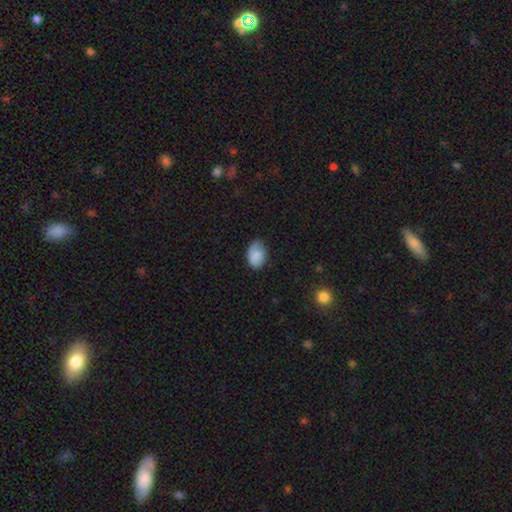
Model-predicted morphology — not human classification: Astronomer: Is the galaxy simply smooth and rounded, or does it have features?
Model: smooth — 86%.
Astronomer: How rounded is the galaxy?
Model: in between — 86%.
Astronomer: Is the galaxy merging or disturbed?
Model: none — 63%.